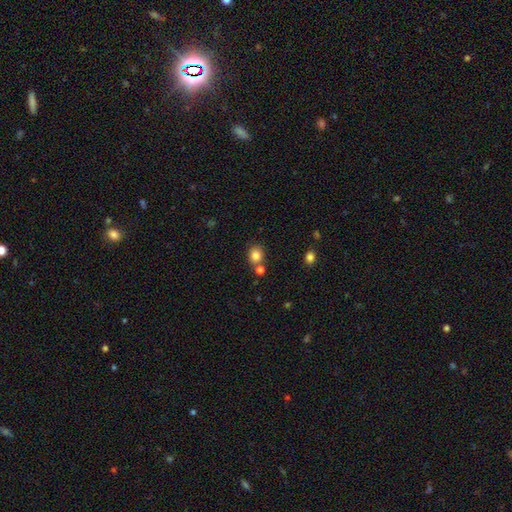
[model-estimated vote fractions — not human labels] The model was most divided on "how rounded": round: 72%, in between: 27%, cigar-shaped: 1%. More confident: smooth or featured — smooth (83%); merging — none (69%).